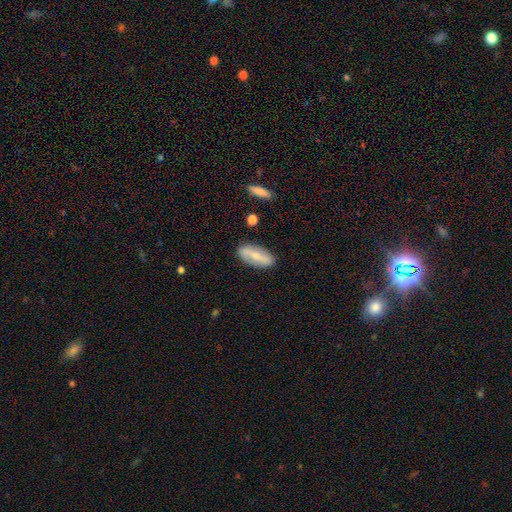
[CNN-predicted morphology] A smooth galaxy with no disk features (52%) that is in between round and cigar-shaped (76%). Merging: none (85%).